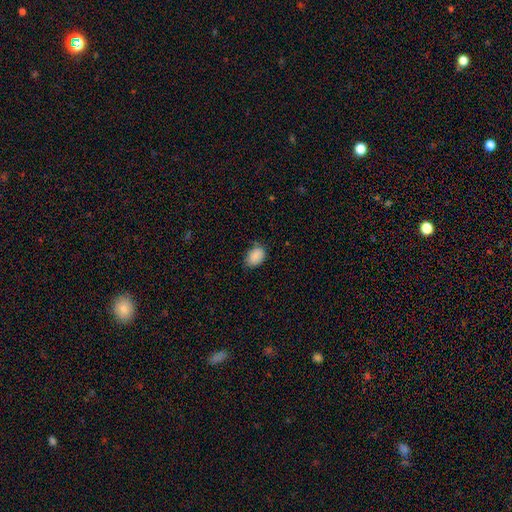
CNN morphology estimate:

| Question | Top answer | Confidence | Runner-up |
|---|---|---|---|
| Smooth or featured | smooth | 88% | star or artifact (8%) |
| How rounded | in between | 79% | round (20%) |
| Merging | none | 69% | minor disturbance (26%) |